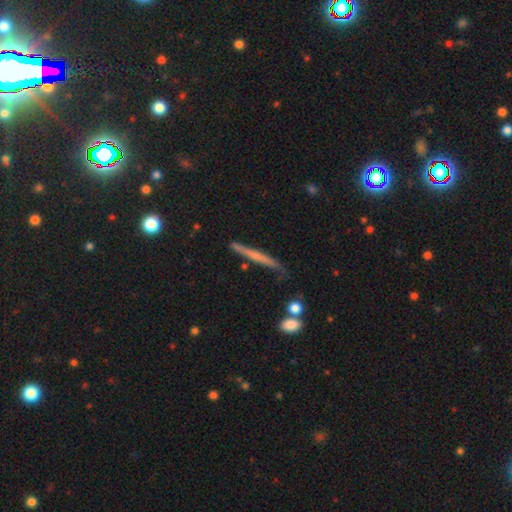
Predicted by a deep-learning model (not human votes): This appears to be a smooth galaxy with no disk features (48%). Merging: none (76%).